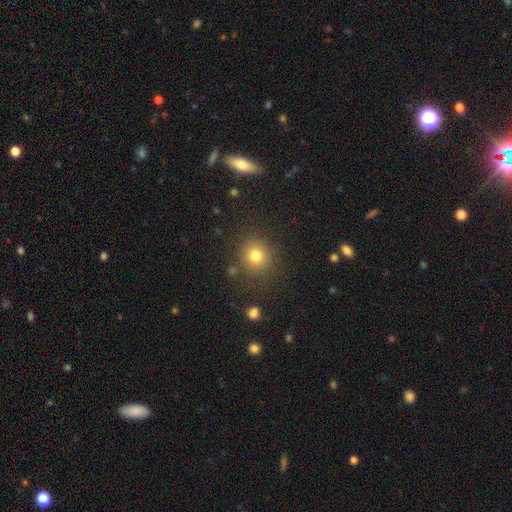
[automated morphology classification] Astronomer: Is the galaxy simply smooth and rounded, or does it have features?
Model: smooth — 79%.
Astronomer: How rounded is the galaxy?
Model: round — 86%.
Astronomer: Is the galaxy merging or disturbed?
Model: none — 83%.